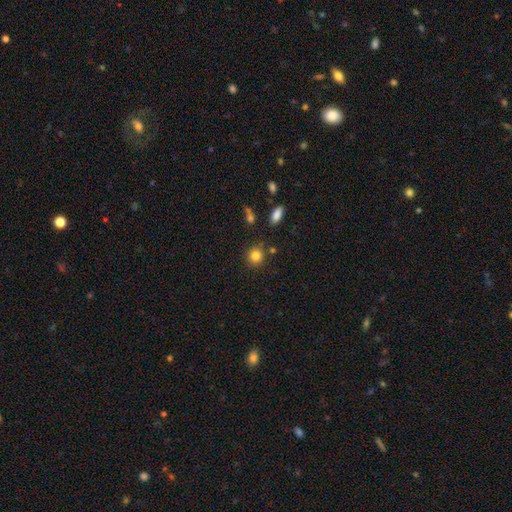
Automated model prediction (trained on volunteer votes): Smooth or featured?
  - smooth: 83% *
  - star or artifact: 11%
  - featured or disk: 6%
How rounded?
  - round: 87% *
  - in between: 12%
  - cigar-shaped: 1%
Merging?
  - none: 81% *
  - minor disturbance: 10%
  - merger: 6%
  - major disturbance: 3%